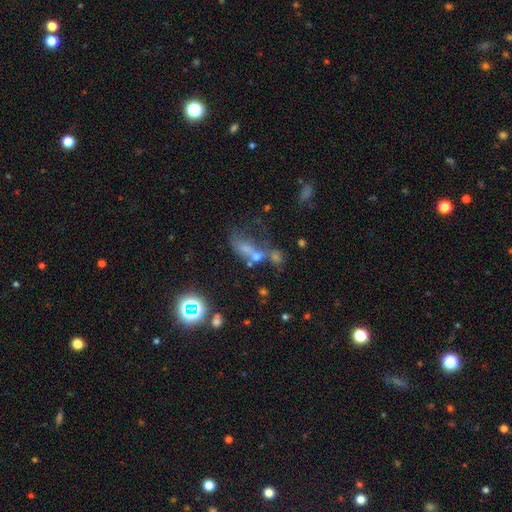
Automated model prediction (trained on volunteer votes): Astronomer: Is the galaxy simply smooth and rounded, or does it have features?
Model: smooth — 44% (runner-up: featured or disk, 30%).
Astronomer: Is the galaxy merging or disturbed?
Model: merger — 45% (runner-up: none, 22%).